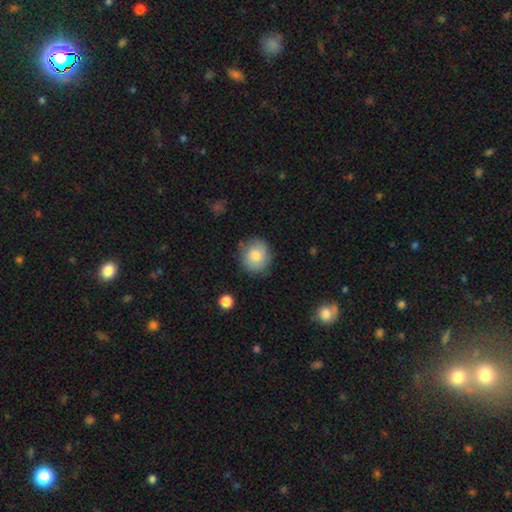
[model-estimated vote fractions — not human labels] Overall: smooth (79%). How rounded: round (86%). Merging: none (80%).